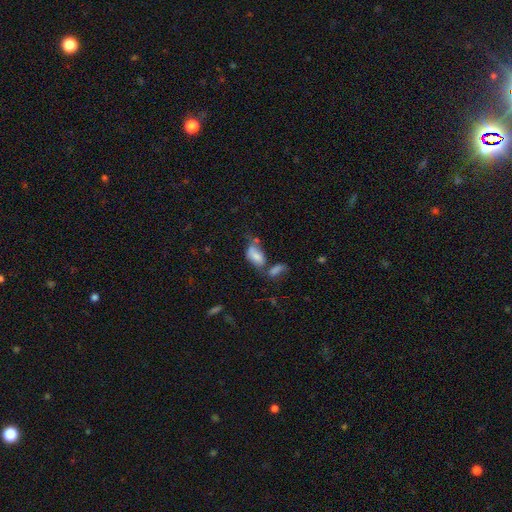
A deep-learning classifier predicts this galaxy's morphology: This appears to be a smooth galaxy with no disk features (69%) that is in between round and cigar-shaped (90%). Merging: merger (42%).